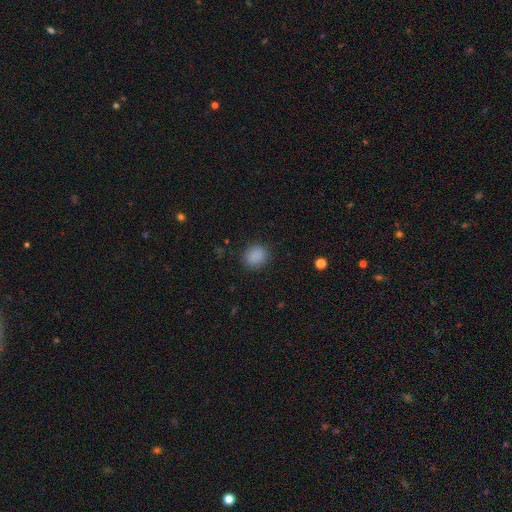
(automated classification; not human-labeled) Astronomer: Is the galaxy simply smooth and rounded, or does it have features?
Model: smooth — 87%.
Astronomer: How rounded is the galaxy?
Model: round — 61% (runner-up: in between, 38%).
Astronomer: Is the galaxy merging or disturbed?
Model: none — 86%.